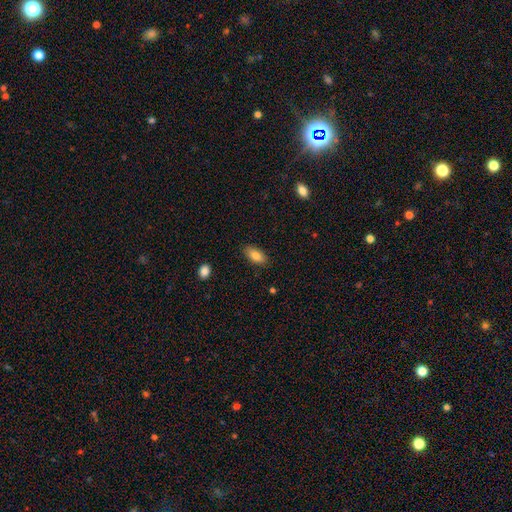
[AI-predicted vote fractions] A smooth galaxy with no disk features (82%) that is in between round and cigar-shaped (88%). Merging: none (86%).